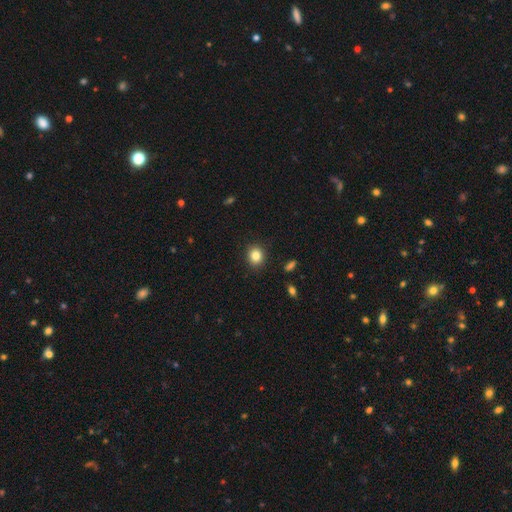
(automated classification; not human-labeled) smooth 83%, star or artifact 11%, featured or disk 6%. Down the decision tree: how rounded — round (76%); merging — none (90%).